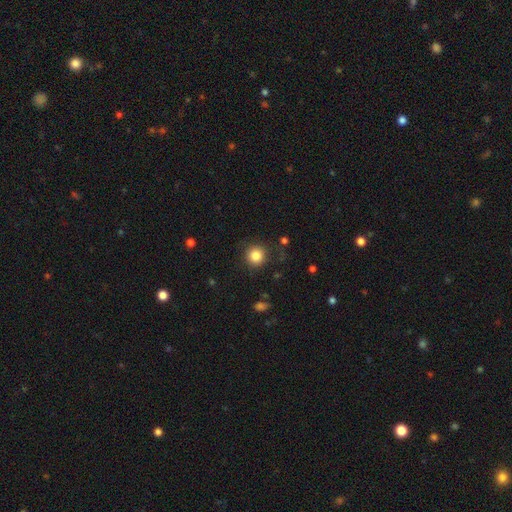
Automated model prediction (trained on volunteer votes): Overall: smooth (84%). How rounded: round (94%). Merging: none (86%).